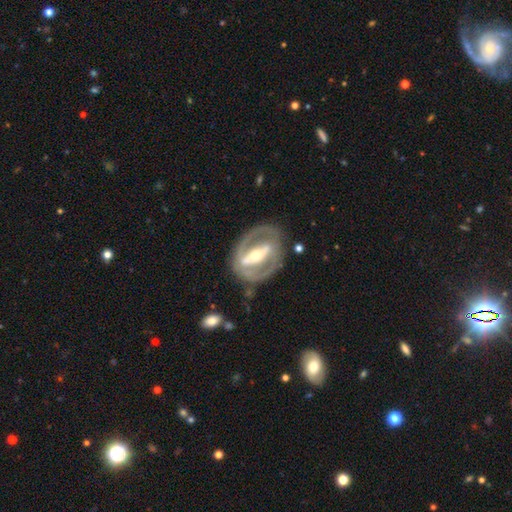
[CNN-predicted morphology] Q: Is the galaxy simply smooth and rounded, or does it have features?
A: featured or disk — 83%.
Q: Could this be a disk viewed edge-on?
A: no — 91%.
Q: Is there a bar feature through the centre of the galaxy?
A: strong — 77%.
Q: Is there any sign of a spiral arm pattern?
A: yes — 57%.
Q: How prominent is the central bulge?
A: moderate — 52%.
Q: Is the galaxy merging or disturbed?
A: none — 75%.